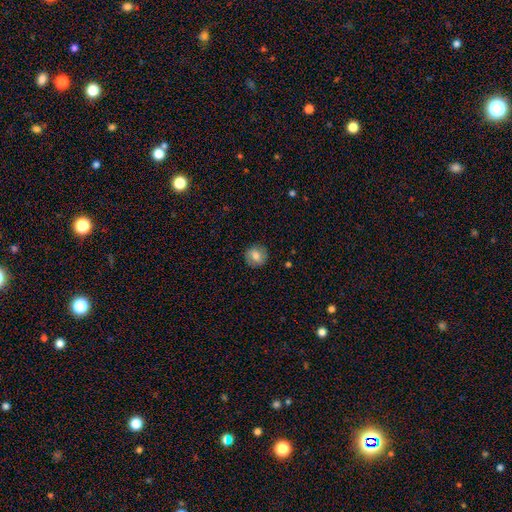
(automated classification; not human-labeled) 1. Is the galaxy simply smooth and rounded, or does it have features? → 72% smooth, 20% featured or disk, 9% star or artifact.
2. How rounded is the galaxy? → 90% round, 9% in between, 1% cigar-shaped.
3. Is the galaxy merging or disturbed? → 88% none, 8% minor disturbance, 2% major disturbance, 1% merger.